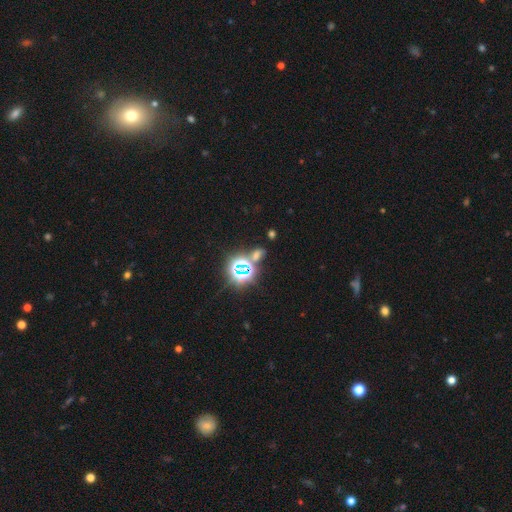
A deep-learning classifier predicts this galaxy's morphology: Q: Smooth or featured?
A: star or artifact (58%); runner-up: smooth (33%)